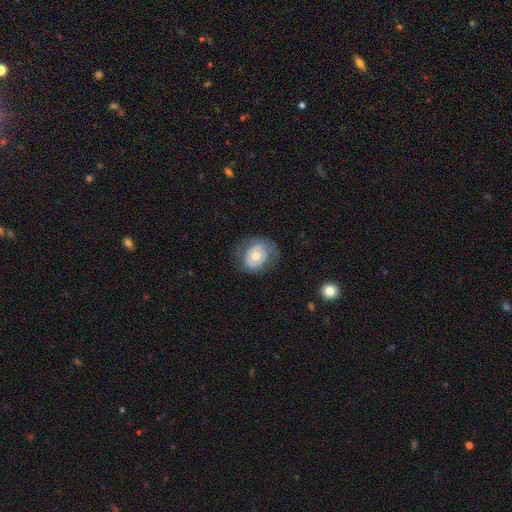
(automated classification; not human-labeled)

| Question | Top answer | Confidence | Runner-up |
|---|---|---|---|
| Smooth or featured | featured or disk | 48% | smooth (45%) |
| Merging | none | 64% | minor disturbance (20%) |